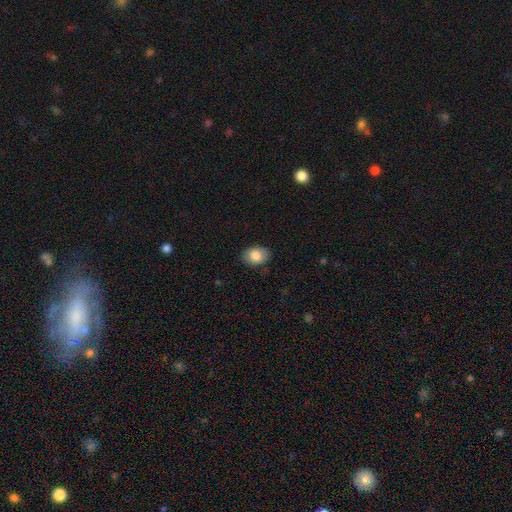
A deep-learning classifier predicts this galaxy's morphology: This appears to be a smooth galaxy with no disk features (83%) that is in between round and cigar-shaped (77%). Merging: none (85%).